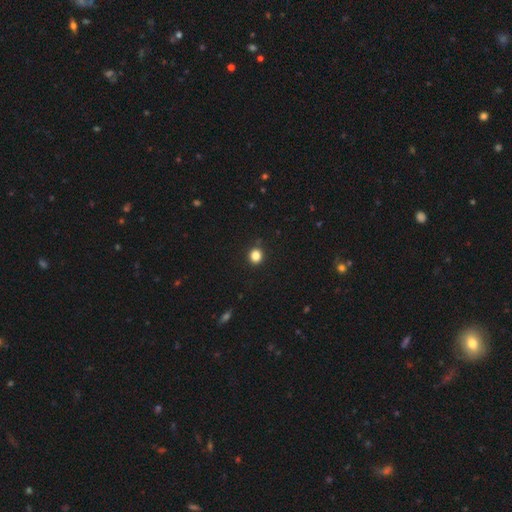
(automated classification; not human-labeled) Smooth or featured: smooth — 84% (star or artifact — 12%)
How rounded: round — 87% (in between — 12%)
Merging: none — 91% (minor disturbance — 6%)